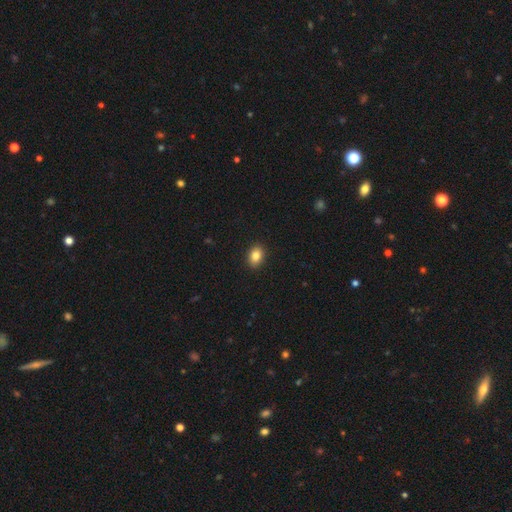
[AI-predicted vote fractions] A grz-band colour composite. It shows a smooth galaxy with no disk features (85%) that is in between round and cigar-shaped (75%). Merging: none (90%).